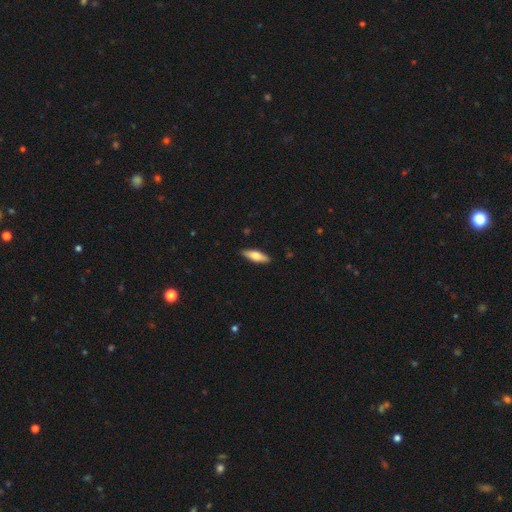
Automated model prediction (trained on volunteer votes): This is likely a smooth galaxy (65%). How rounded: possibly cigar-shaped (50%). Merging: clearly none (89%).